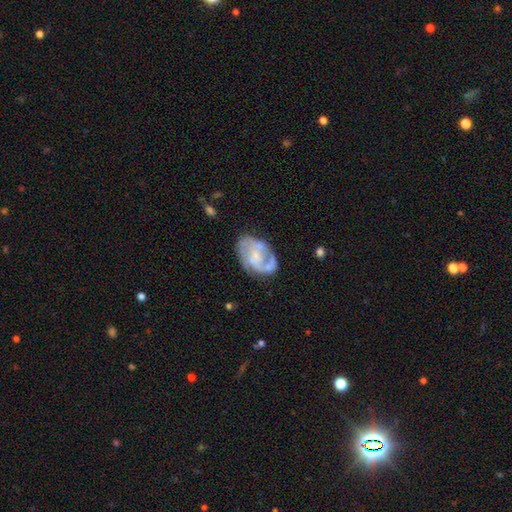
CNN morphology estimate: A featured or disk galaxy (74%) with no bar (64%), 2 (45%) medium (43%) spiral arms (77%) and a small central bulge (39%). Merging: none (56%).